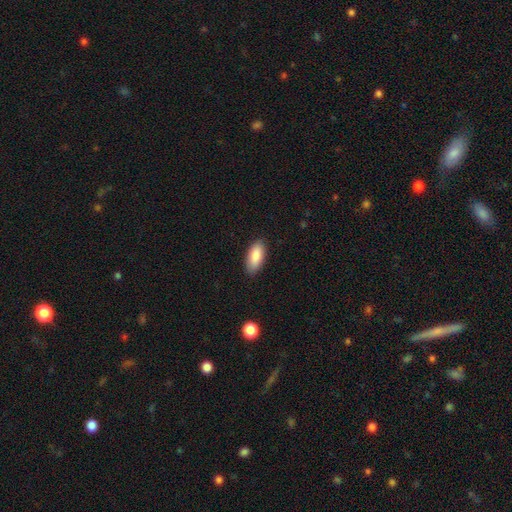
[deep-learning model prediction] The model was most divided on "how rounded": in between: 87%, cigar-shaped: 11%, round: 2%. More confident: smooth or featured — smooth (88%); merging — none (88%).